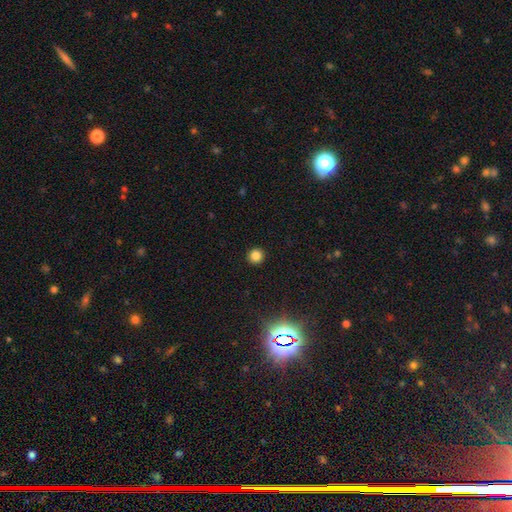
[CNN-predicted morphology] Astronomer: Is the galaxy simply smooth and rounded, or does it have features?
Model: smooth — 83%.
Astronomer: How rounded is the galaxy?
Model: round — 95%.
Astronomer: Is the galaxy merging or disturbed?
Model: none — 93%.